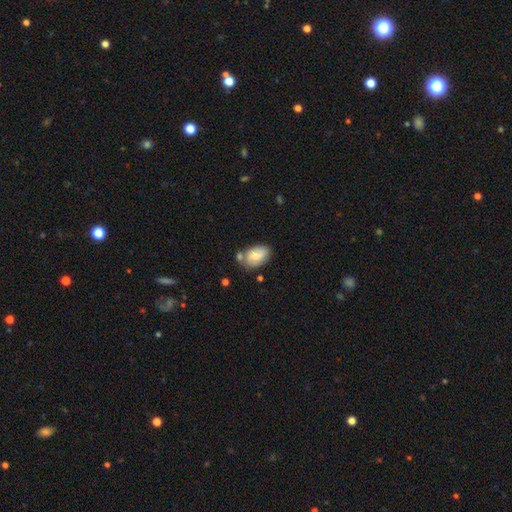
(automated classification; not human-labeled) This appears to be a smooth galaxy with no disk features (66%) that is in between round and cigar-shaped (90%). Merging: none (55%).